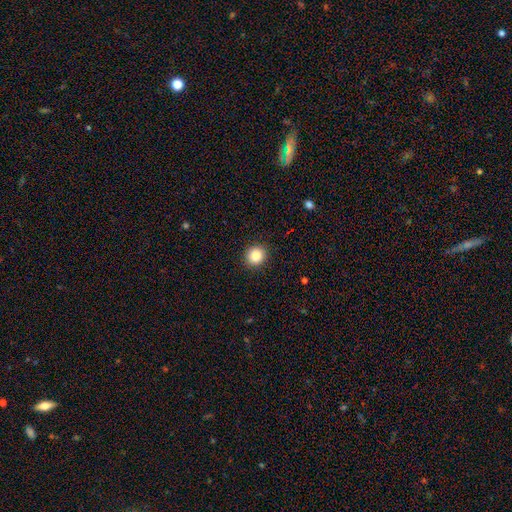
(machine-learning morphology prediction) This is clearly a smooth galaxy (85%). How rounded: clearly round (85%). Merging: clearly none (91%).